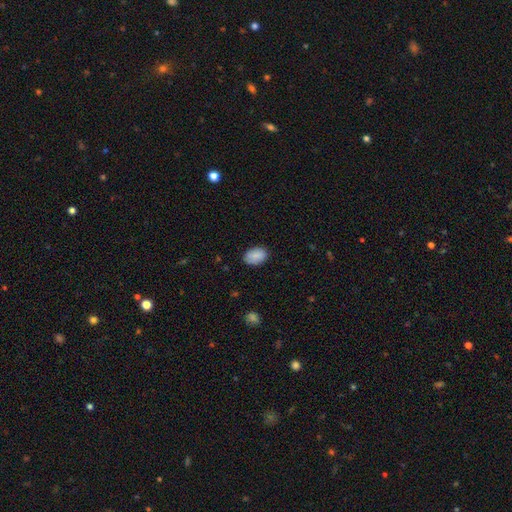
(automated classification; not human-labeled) Smooth or featured? Predicted: smooth (p=0.87). How rounded? Predicted: in between (p=0.87). Merging? Predicted: none (p=0.81).